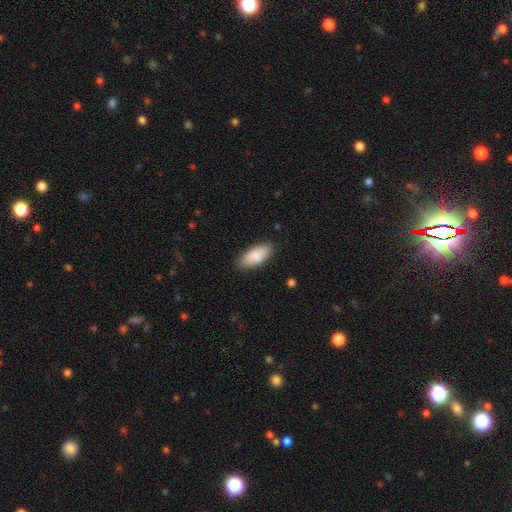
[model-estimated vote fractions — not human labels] This is clearly a smooth galaxy (86%). How rounded: clearly in between (85%). Merging: clearly none (83%).